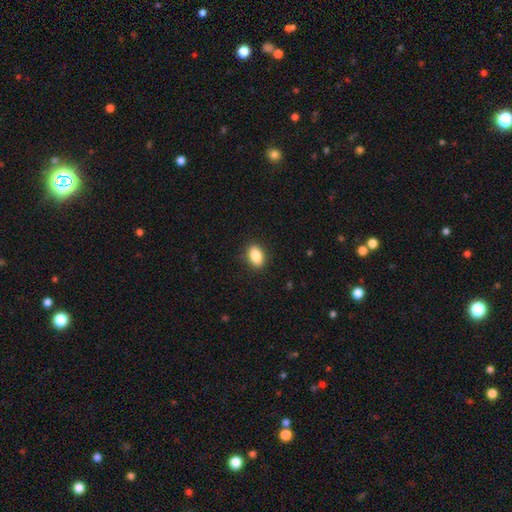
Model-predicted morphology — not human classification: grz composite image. It shows a smooth galaxy with no disk features (86%) that is in between round and cigar-shaped (86%). Merging: none (89%).